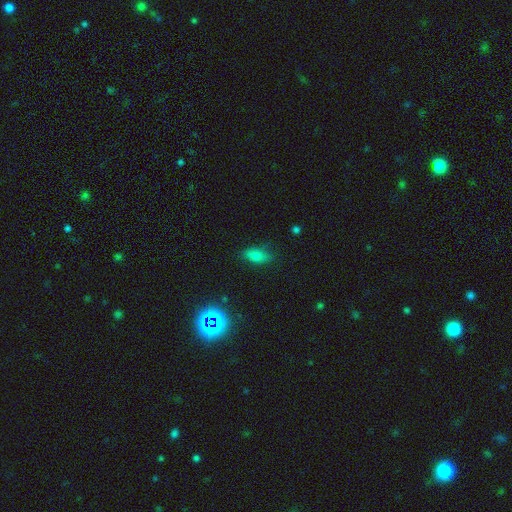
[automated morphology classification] Smooth or featured: smooth — 75% (star or artifact — 15%)
How rounded: in between — 84% (cigar-shaped — 9%)
Merging: none — 71% (minor disturbance — 21%)